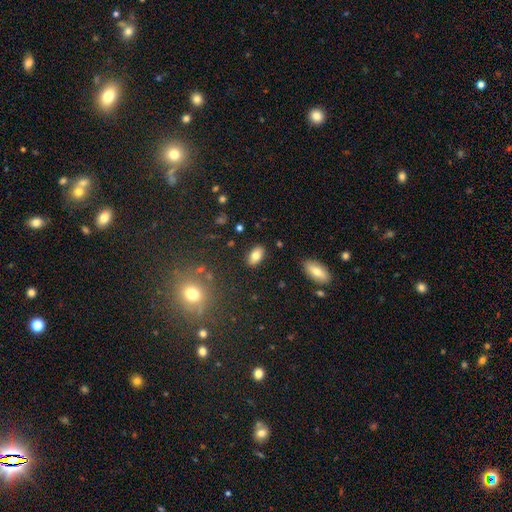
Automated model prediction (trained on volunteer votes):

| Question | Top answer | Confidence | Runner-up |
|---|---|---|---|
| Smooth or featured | smooth | 79% | featured or disk (13%) |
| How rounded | in between | 91% | round (6%) |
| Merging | none | 87% | minor disturbance (9%) |